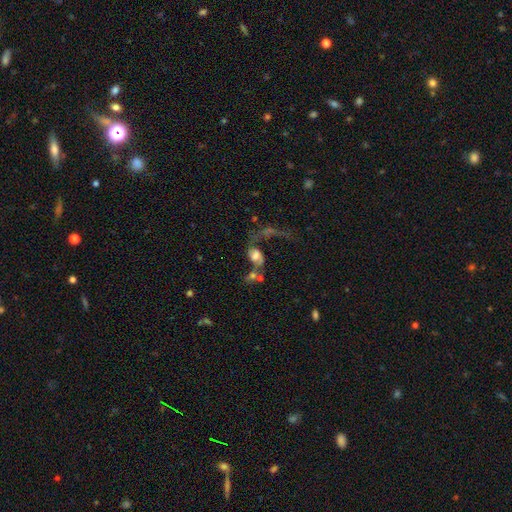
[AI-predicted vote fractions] This is possibly a featured or disk galaxy (48%). Merging: possibly merger (47%).